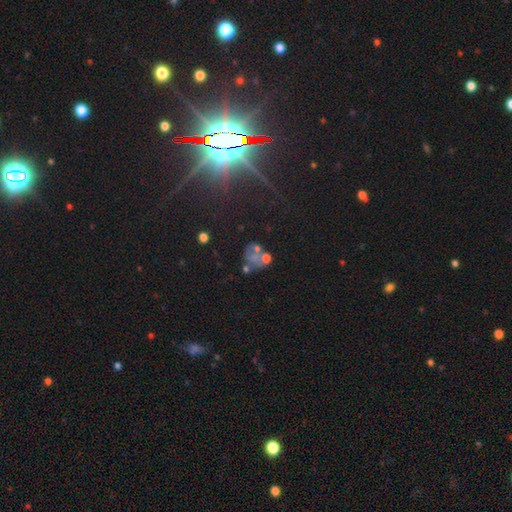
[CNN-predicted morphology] A star or artifact, not a galaxy (38%).